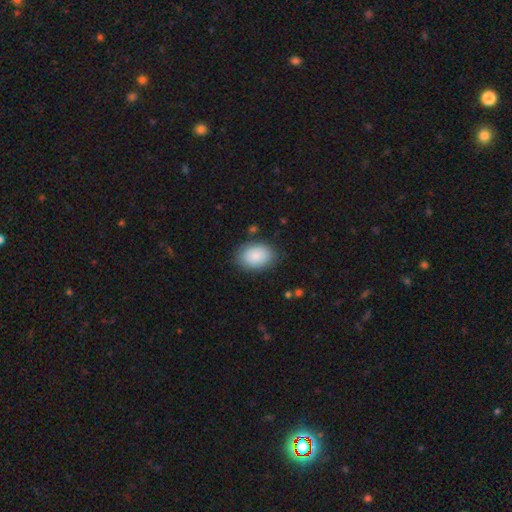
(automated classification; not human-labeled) Smooth or featured?
  - smooth: 88% *
  - star or artifact: 6%
  - featured or disk: 5%
How rounded?
  - in between: 79% *
  - round: 20%
  - cigar-shaped: 1%
Merging?
  - none: 82% *
  - minor disturbance: 13%
  - major disturbance: 3%
  - merger: 2%